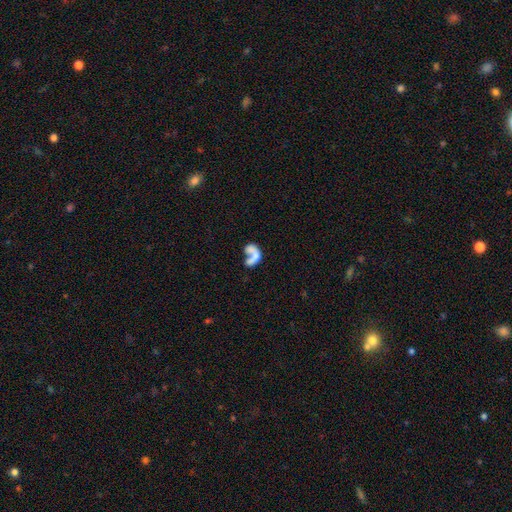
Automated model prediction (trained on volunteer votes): Smooth or featured: smooth — 48% (featured or disk — 42%)
Merging: merger — 55% (major disturbance — 19%)